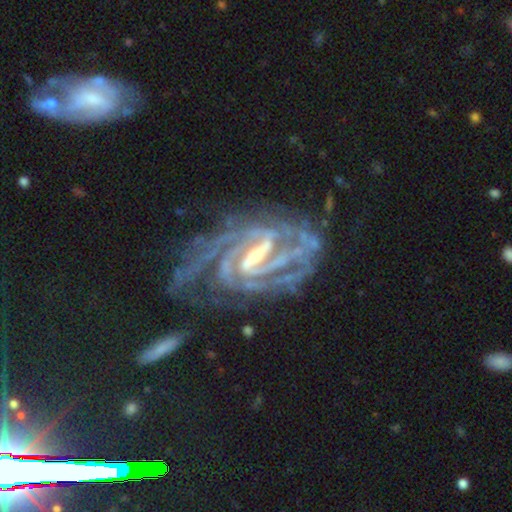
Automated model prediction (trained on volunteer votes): Smooth or featured: featured or disk — 90% (star or artifact — 6%)
Edge-on disk: no — 96% (yes — 4%)
Bar: strong — 61% (weak — 31%)
Spiral arms: yes — 98% (no — 2%)
Spiral winding: tight — 66% (medium — 29%)
Spiral arm count: 2 — 29% (3 — 21%)
Bulge size: small — 50% (moderate — 40%)
Merging: none — 59% (minor disturbance — 21%)